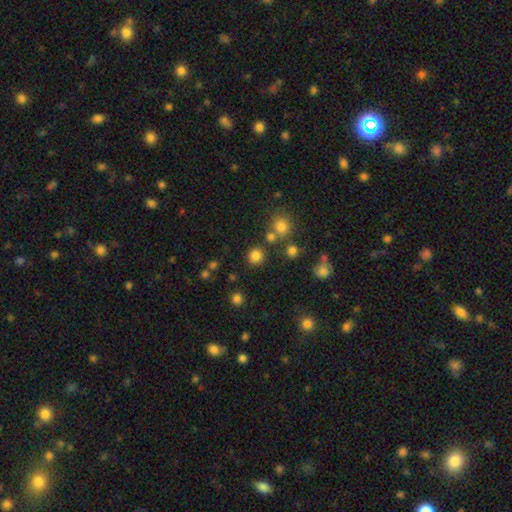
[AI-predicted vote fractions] Overall: smooth (80%). How rounded: round (91%). Merging: none (82%).